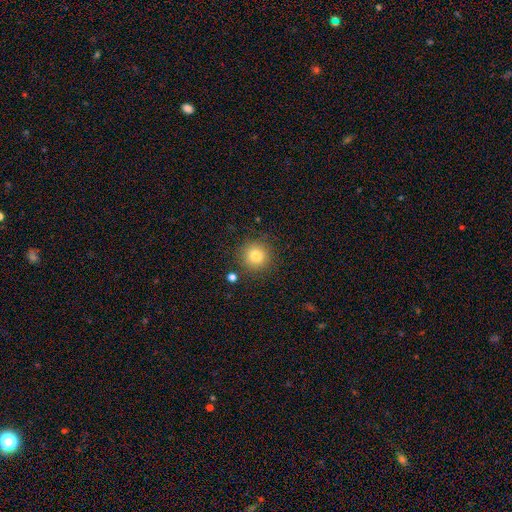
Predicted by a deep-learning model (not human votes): A smooth galaxy with no disk features (82%) that is round (93%).

Vote fractions:
- Smooth or featured? smooth: 82% / star or artifact: 11% / featured or disk: 7%
- How rounded? round: 93% / in between: 6% / cigar-shaped: 1%
- Merging? none: 86% / minor disturbance: 8% / merger: 3% / major disturbance: 3%